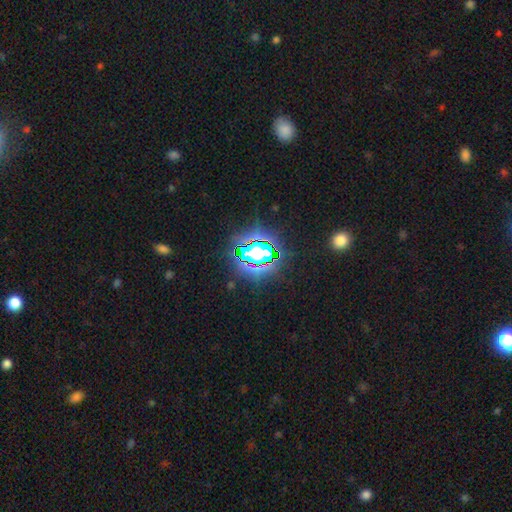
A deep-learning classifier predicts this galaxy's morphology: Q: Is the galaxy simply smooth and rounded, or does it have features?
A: star or artifact — 73%.